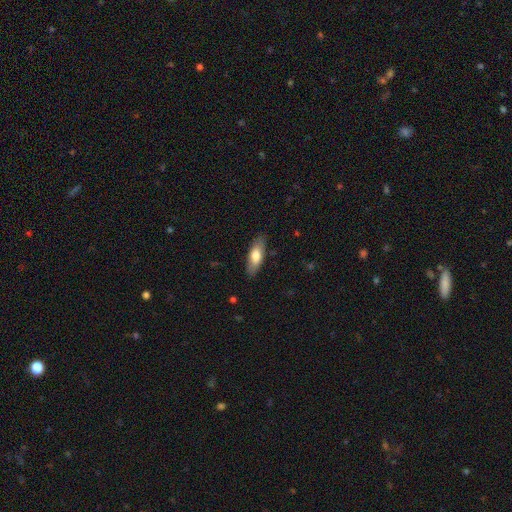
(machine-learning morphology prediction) smooth_or_featured: smooth (p=0.71) [alt: featured or disk p=0.23]
how_rounded: in between (p=0.69) [alt: cigar-shaped p=0.29]
merging: none (p=0.85) [alt: minor disturbance p=0.12]